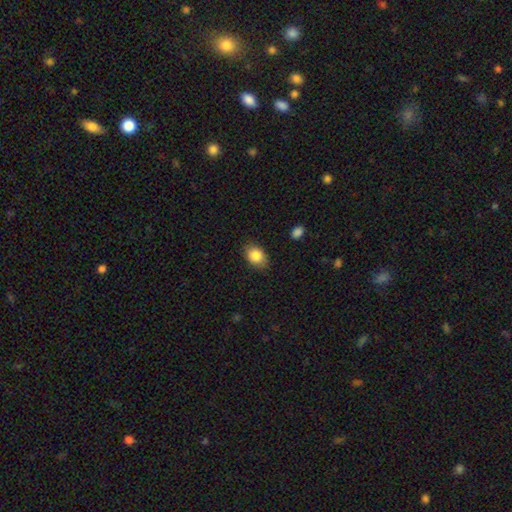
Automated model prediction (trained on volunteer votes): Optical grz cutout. It shows a smooth galaxy with no disk features (86%) that is in between round and cigar-shaped (73%). Merging: none (83%).